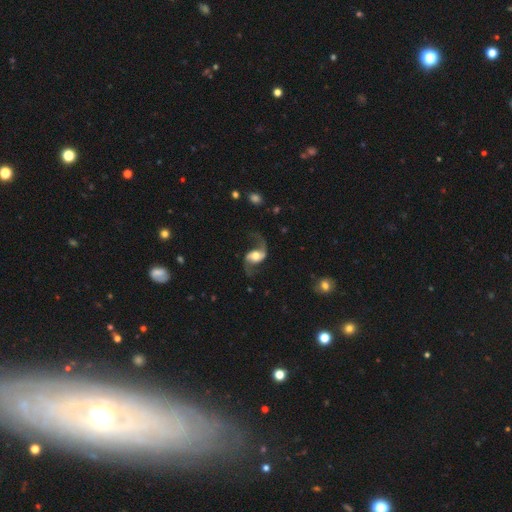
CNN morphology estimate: The model was most divided on "bar": no: 47%, weak: 34%, strong: 19%. More confident: edge-on disk — no (97%); spiral arms — yes (96%); spiral arm count — 2 (94%); smooth or featured — featured or disk (88%); spiral winding — loose (78%); merging — none (73%); bulge size — moderate (61%).